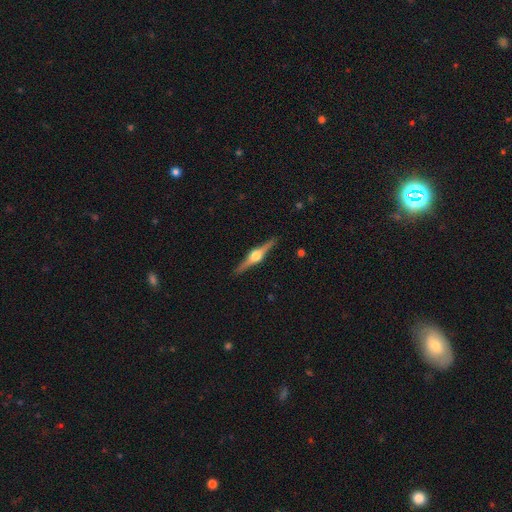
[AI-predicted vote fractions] Smooth or featured?
  - featured or disk: 84% *
  - smooth: 11%
  - star or artifact: 5%
Edge-on disk?
  - yes: 98% *
  - no: 2%
Edge-on bulge?
  - rounded: 95% *
  - boxy: 3%
  - none: 1%
Merging?
  - none: 91% *
  - minor disturbance: 6%
  - major disturbance: 1%
  - merger: 1%